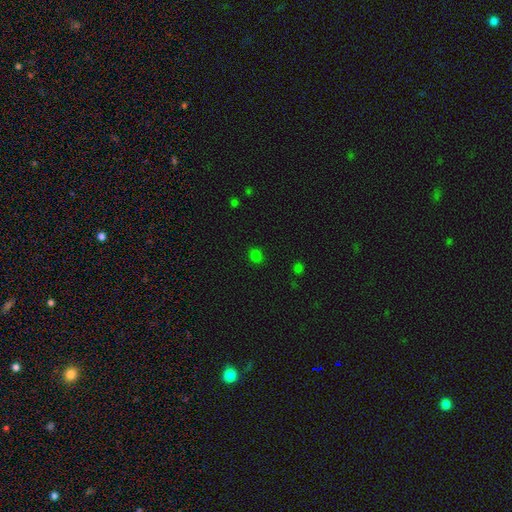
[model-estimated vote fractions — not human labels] Smooth or featured? Predicted: smooth (p=0.77). How rounded? Predicted: round (p=0.69). Merging? Predicted: none (p=0.88).